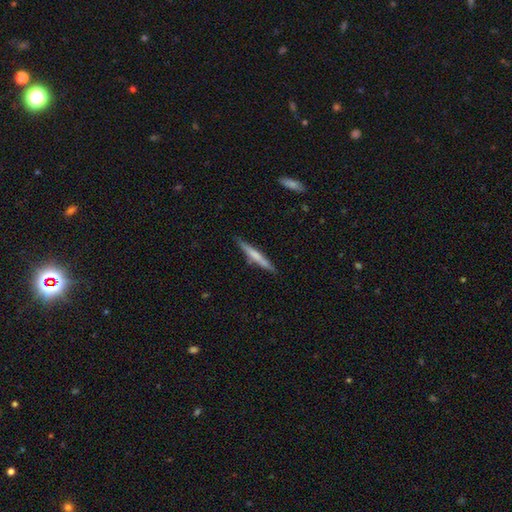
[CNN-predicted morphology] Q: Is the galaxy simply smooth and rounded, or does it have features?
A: smooth — 54%.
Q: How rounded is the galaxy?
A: cigar-shaped — 95%.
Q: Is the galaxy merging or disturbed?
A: none — 86%.